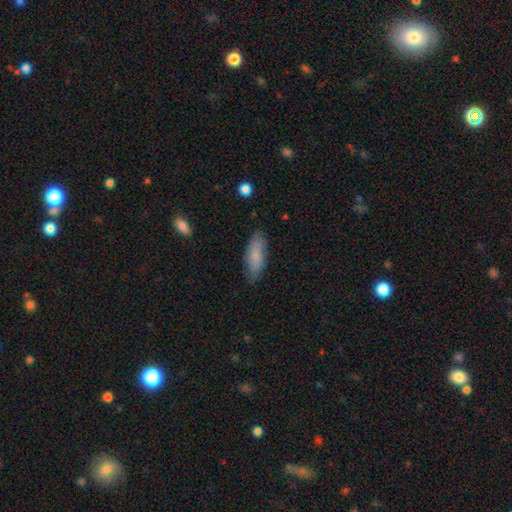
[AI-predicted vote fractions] Overall: smooth (79%). How rounded: in between (65%; cigar-shaped 33%). Merging: none (80%).